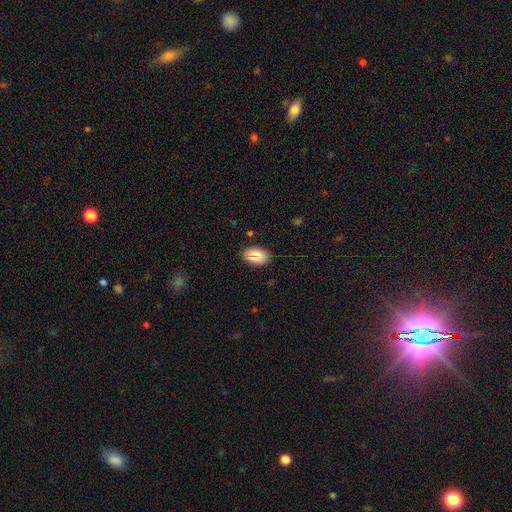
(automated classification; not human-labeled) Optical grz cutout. It shows a smooth galaxy with no disk features (88%) that is in between round and cigar-shaped (91%). Merging: none (86%).